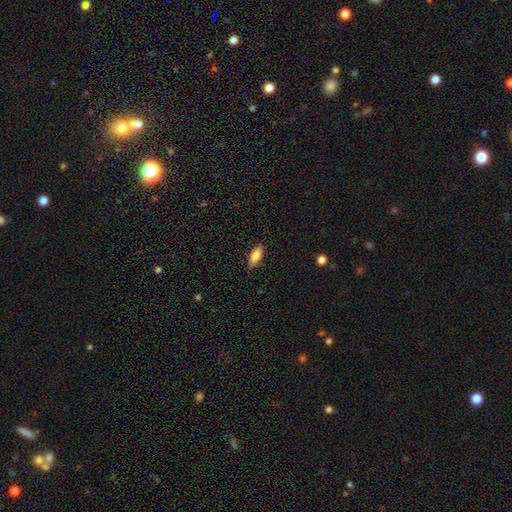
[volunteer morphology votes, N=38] Overall: smooth (82%). How rounded: in between (61%; cigar-shaped 39%). Merging: none (73%).